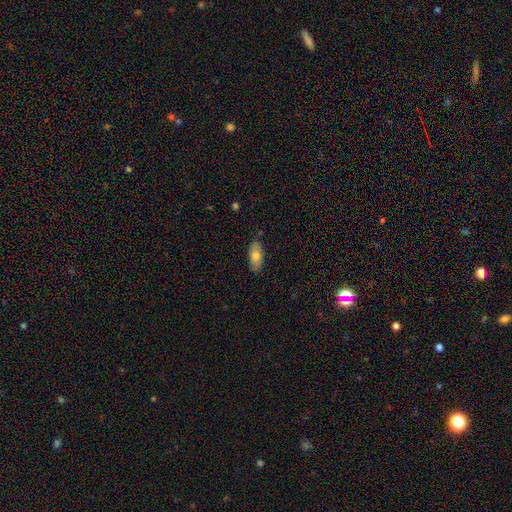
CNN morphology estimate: Smooth or featured?
  - smooth: 74% *
  - featured or disk: 19%
  - star or artifact: 7%
How rounded?
  - in between: 88% *
  - cigar-shaped: 9%
  - round: 3%
Merging?
  - none: 85% *
  - minor disturbance: 12%
  - major disturbance: 2%
  - merger: 1%